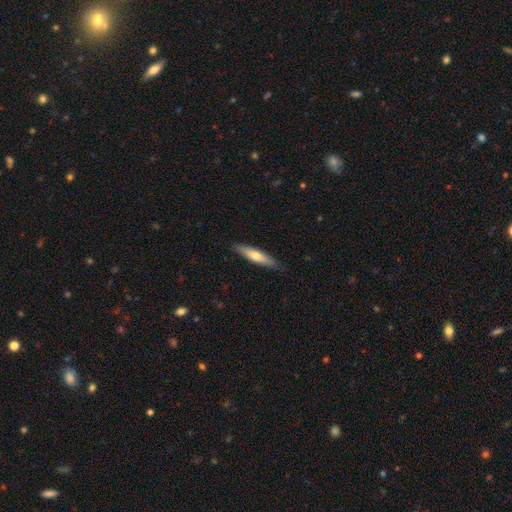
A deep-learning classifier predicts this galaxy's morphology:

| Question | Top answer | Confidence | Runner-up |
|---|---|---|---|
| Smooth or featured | smooth | 60% | featured or disk (35%) |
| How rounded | cigar-shaped | 78% | in between (20%) |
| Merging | none | 86% | minor disturbance (11%) |